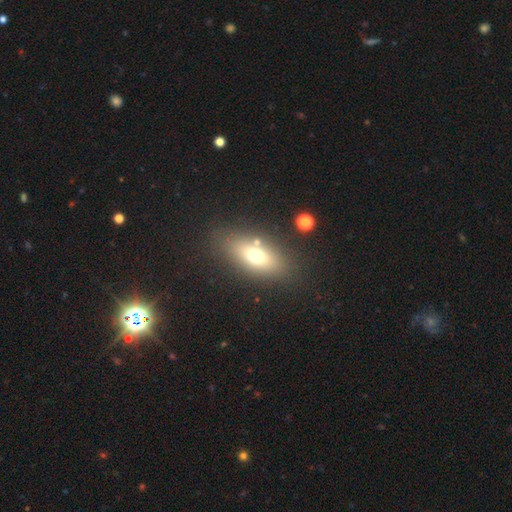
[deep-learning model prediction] smooth 67%, featured or disk 21%, star or artifact 12%. Down the decision tree: how rounded — in between (81%); merging — none (77%).